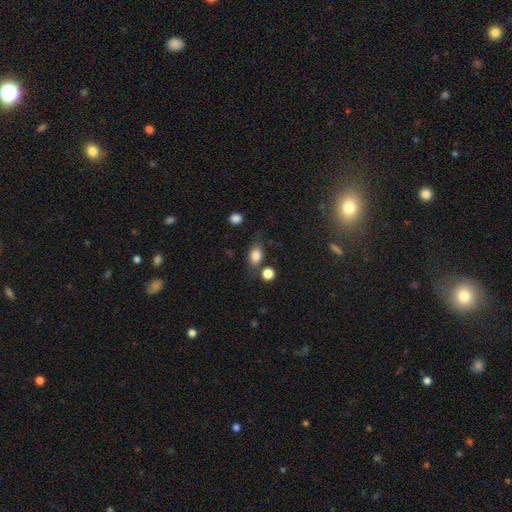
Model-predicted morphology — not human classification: This appears to be a smooth galaxy with no disk features (81%) that is in between round and cigar-shaped (72%). Merging: none (64%).